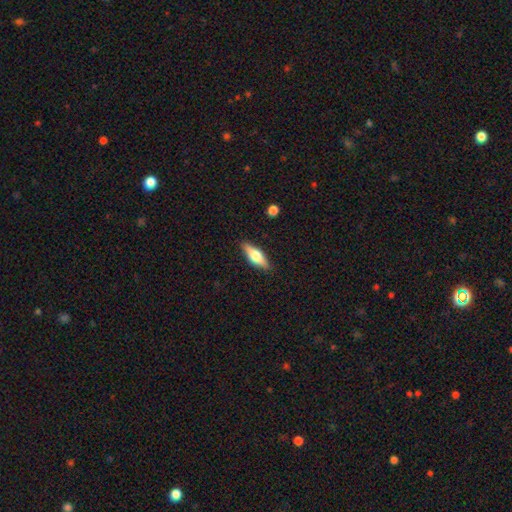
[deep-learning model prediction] smooth_or_featured: smooth (p=0.53) [alt: featured or disk p=0.41]
how_rounded: in between (p=0.59) [alt: cigar-shaped p=0.38]
merging: none (p=0.87) [alt: minor disturbance p=0.09]